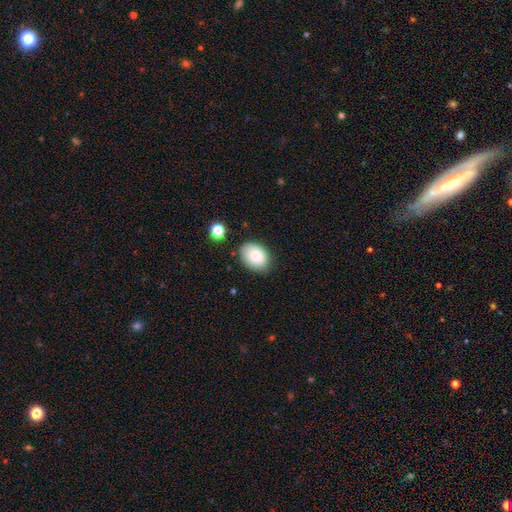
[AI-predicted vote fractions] This appears to be a smooth galaxy with no disk features (83%) that is in between round and cigar-shaped (76%). Merging: none (79%).